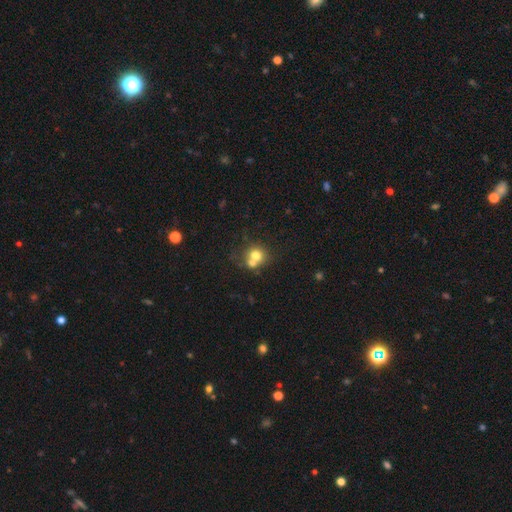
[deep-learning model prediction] smooth_or_featured: smooth (p=0.71) [alt: featured or disk p=0.17]
how_rounded: round (p=0.83) [alt: in between p=0.16]
merging: merger (p=0.45) [alt: none p=0.43]